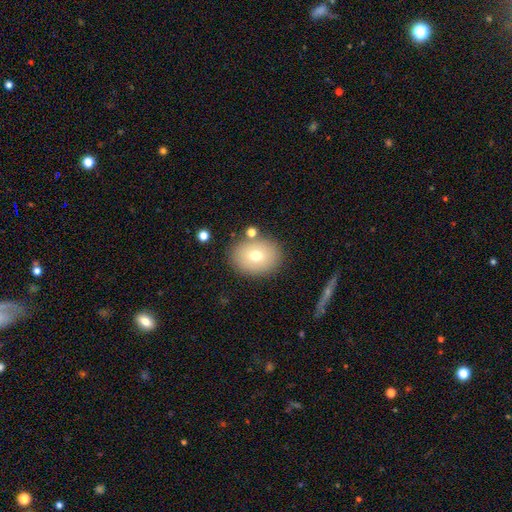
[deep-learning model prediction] Smooth or featured? smooth (70%)
How rounded? in between (58%)
Merging? none (81%)